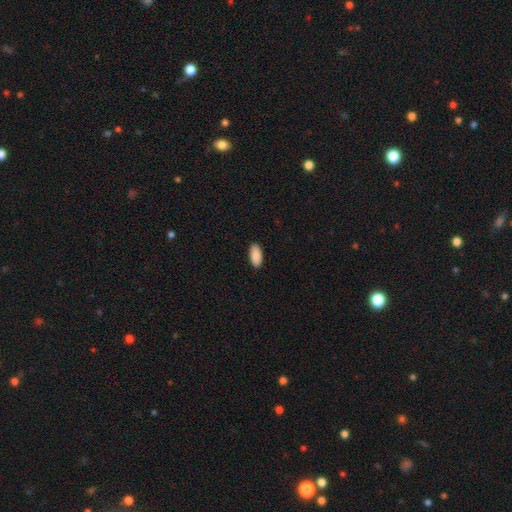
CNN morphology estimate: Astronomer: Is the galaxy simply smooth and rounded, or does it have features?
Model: smooth — 91%.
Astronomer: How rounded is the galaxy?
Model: in between — 91%.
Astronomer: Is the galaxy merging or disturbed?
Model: none — 89%.